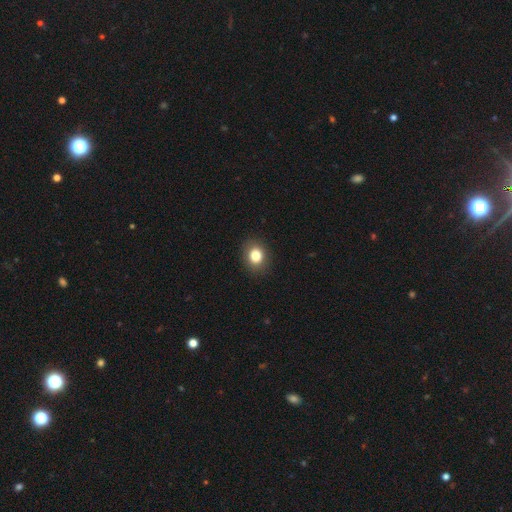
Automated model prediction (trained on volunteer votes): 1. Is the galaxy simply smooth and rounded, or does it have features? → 82% smooth, 10% star or artifact, 7% featured or disk.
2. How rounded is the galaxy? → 61% round, 38% in between, 1% cigar-shaped.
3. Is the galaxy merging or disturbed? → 89% none, 8% minor disturbance, 2% major disturbance, 1% merger.